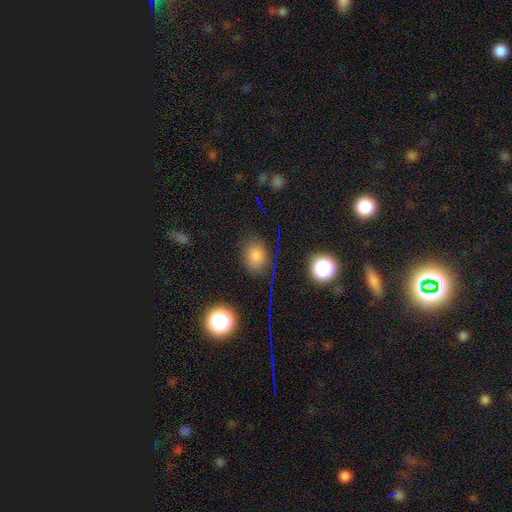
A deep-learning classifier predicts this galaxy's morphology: smooth-or-featured: smooth: 76% | star or artifact: 18% | featured or disk: 6%
  how-rounded: round: 63% | in between: 36% | cigar-shaped: 1%
  merging: none: 83% | minor disturbance: 12% | major disturbance: 3% | merger: 2%